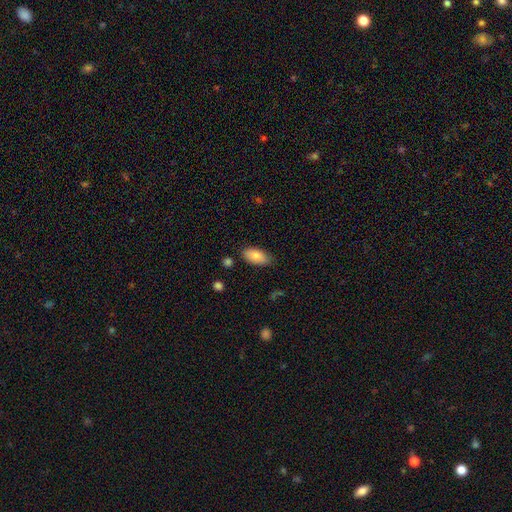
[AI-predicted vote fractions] A smooth galaxy with no disk features (83%) that is in between round and cigar-shaped (92%). Merging: none (82%).